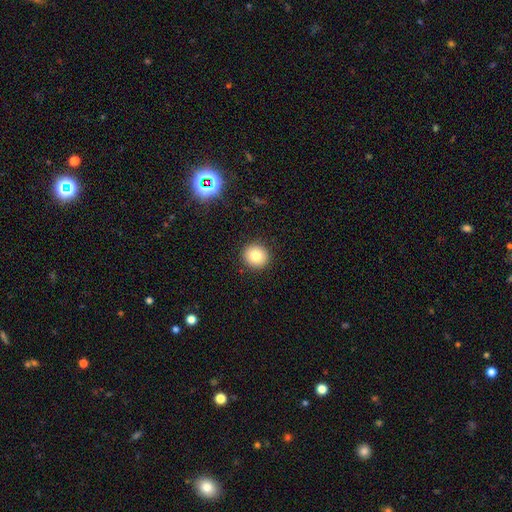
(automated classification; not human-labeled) The model was most divided on "smooth or featured": smooth: 82%, star or artifact: 11%, featured or disk: 8%. More confident: merging — none (91%); how rounded — round (90%).